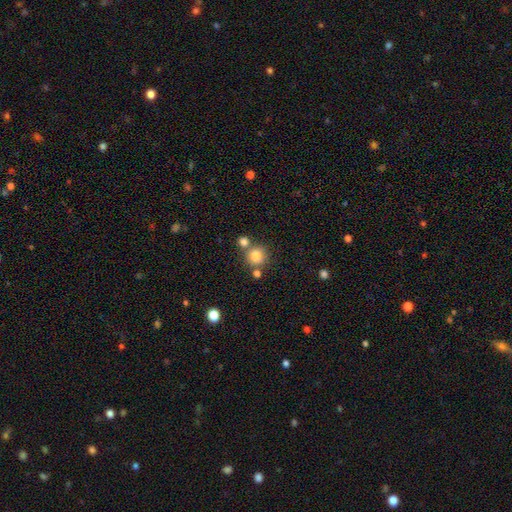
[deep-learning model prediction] Morphology: type=smooth (81%); roundness=round (89%); merging=none (65%).